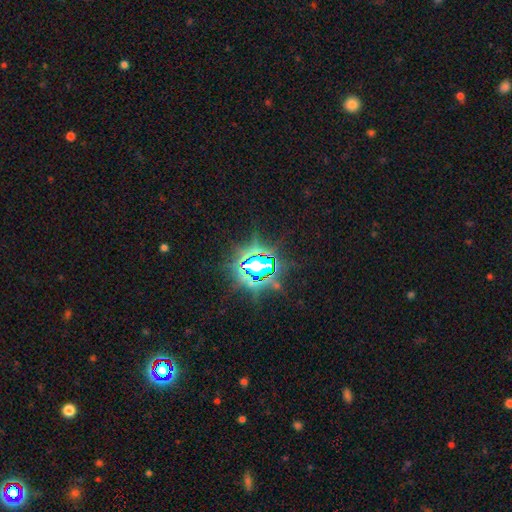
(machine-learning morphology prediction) Q: Smooth or featured?
A: star or artifact (79%); runner-up: smooth (11%)